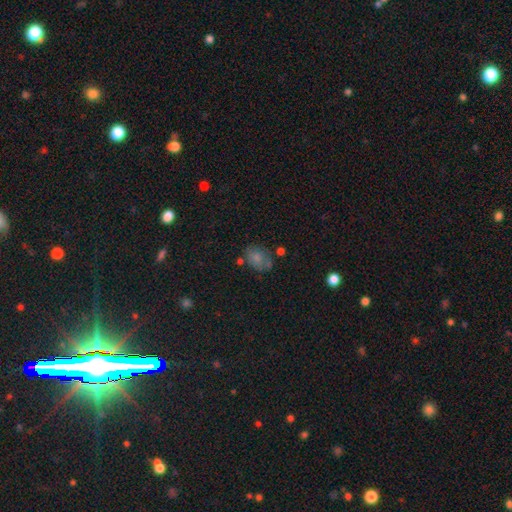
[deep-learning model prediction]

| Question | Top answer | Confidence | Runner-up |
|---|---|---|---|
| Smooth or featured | smooth | 65% | star or artifact (19%) |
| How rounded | in between | 60% | round (39%) |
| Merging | none | 67% | minor disturbance (19%) |